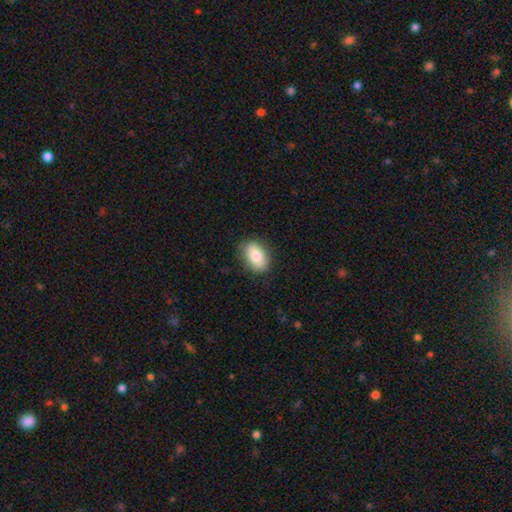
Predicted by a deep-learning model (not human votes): smooth_or_featured: smooth (p=0.81) [alt: featured or disk p=0.12]
how_rounded: in between (p=0.88) [alt: round p=0.10]
merging: none (p=0.84) [alt: minor disturbance p=0.12]